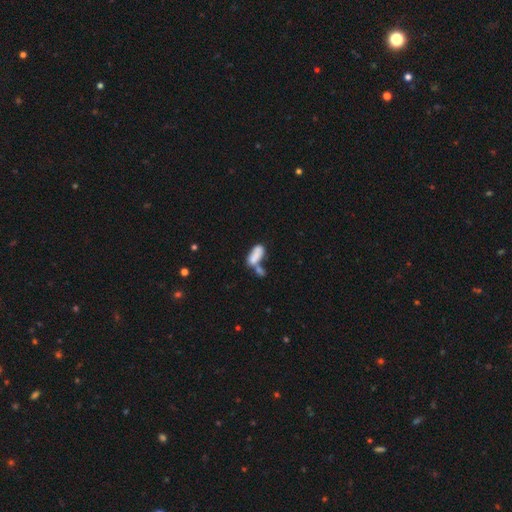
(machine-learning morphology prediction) The model was most divided on "merging": merger: 61%, none: 19%, minor disturbance: 11%, major disturbance: 9%. More confident: how rounded — in between (84%); smooth or featured — smooth (72%).